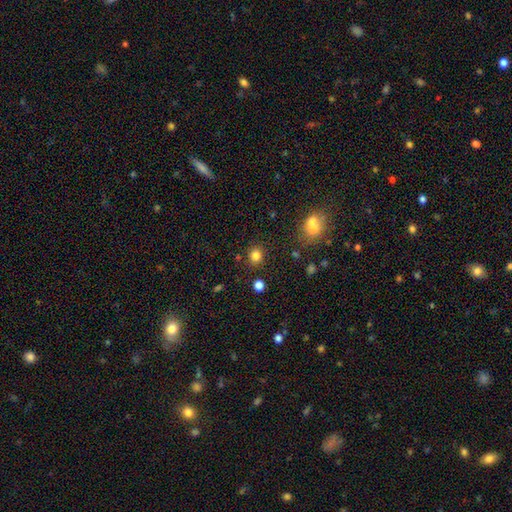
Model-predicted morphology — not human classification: A smooth galaxy with no disk features (82%) that is round (80%).

Vote fractions:
- Smooth or featured? smooth: 82% / star or artifact: 13% / featured or disk: 5%
- How rounded? round: 80% / in between: 19% / cigar-shaped: 1%
- Merging? none: 85% / minor disturbance: 8% / merger: 4% / major disturbance: 3%